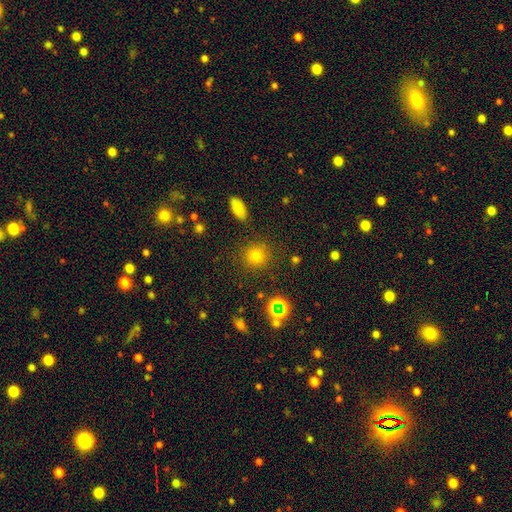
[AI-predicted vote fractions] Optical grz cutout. It shows a smooth galaxy with no disk features (74%) that is round (89%). Merging: none (85%).